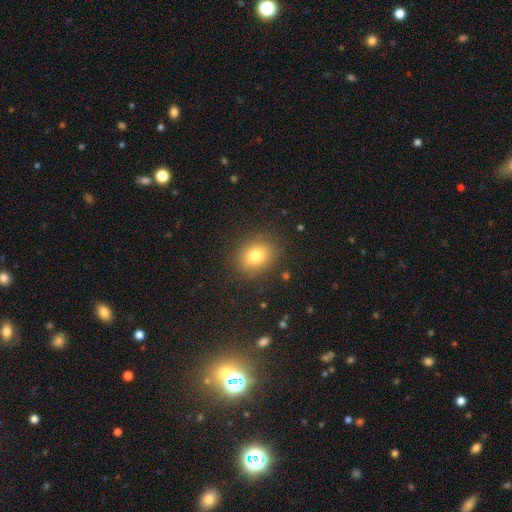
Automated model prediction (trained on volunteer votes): This appears to be a smooth galaxy with no disk features (80%) that is round (53%). Merging: none (87%).